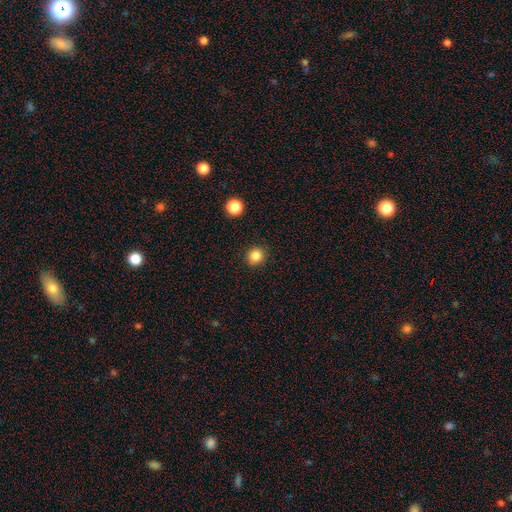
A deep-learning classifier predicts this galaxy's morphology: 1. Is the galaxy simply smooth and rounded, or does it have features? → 85% smooth, 11% star or artifact, 4% featured or disk.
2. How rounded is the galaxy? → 89% round, 10% in between, 1% cigar-shaped.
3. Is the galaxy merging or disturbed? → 90% none, 6% minor disturbance, 2% major disturbance, 1% merger.